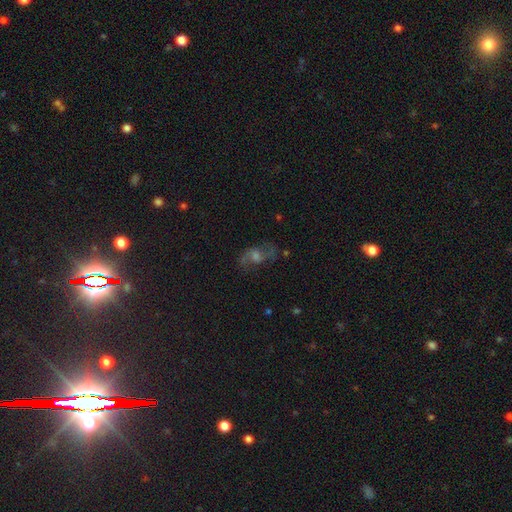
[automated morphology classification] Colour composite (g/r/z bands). It shows a featured or disk galaxy (60%) with no bar (49%), spiral arms (87%) and a moderate central bulge (46%). Merging: none (70%).